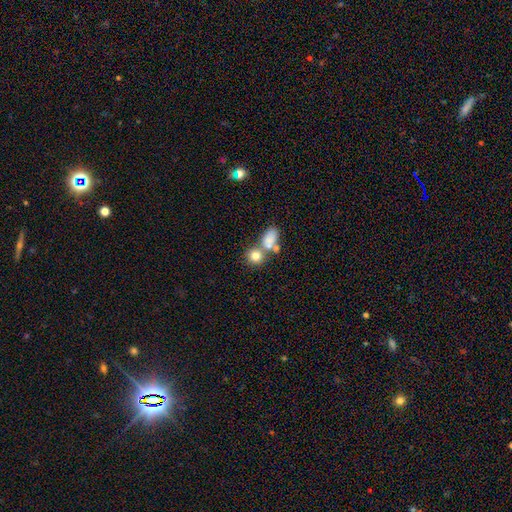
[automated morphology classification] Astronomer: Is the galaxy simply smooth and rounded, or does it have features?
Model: smooth — 77%.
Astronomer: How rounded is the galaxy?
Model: round — 75%.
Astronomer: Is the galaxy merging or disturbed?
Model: none — 46% (runner-up: merger, 39%).